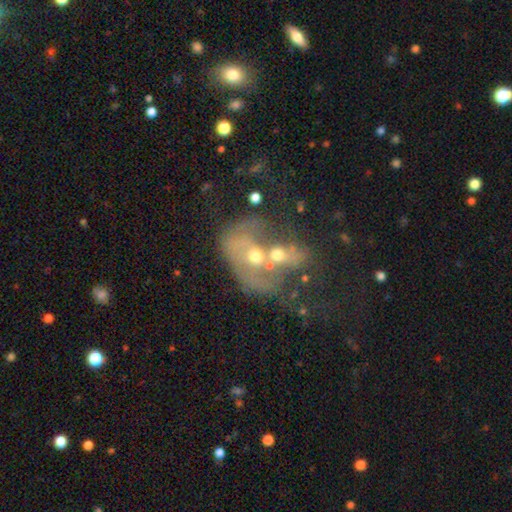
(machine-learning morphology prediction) The model was most divided on "bulge size": moderate: 57%, small: 32%, none: 6%, large: 4%, dominant: 2%. More confident: edge-on disk — no (95%); bar — no (83%); spiral arms — no (71%); merging — merger (70%); smooth or featured — featured or disk (56%).